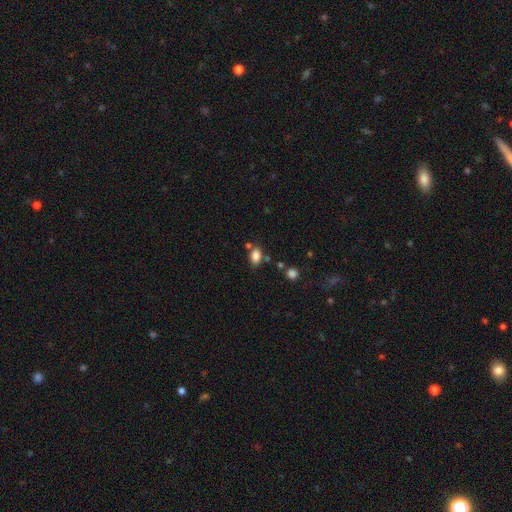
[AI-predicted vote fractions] The model was most divided on "merging": none: 69%, minor disturbance: 15%, merger: 11%, major disturbance: 4%. More confident: how rounded — in between (84%); smooth or featured — smooth (84%).